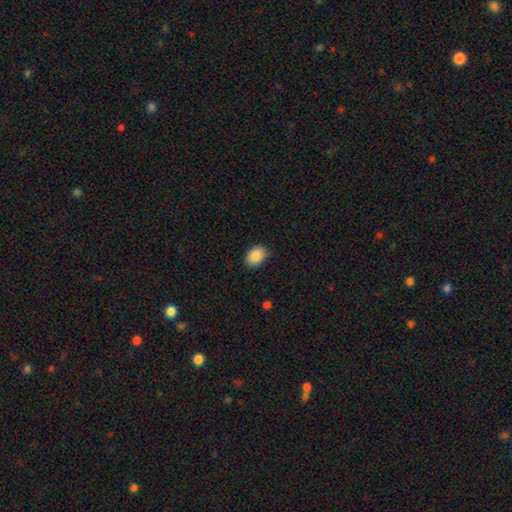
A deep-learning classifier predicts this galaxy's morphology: Q: Smooth or featured?
A: smooth (89%); runner-up: star or artifact (8%)
Q: How rounded?
A: in between (76%); runner-up: round (23%)
Q: Merging?
A: none (84%); runner-up: minor disturbance (12%)